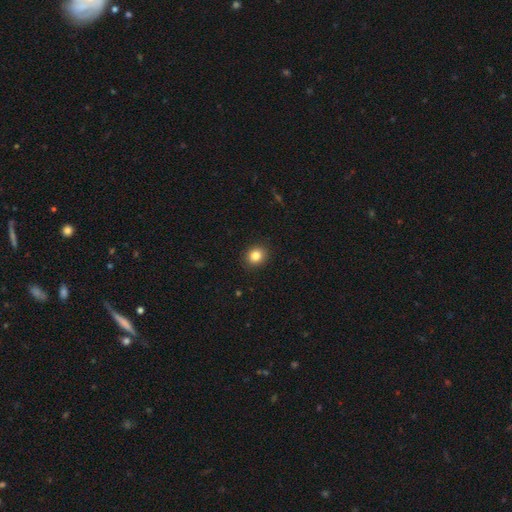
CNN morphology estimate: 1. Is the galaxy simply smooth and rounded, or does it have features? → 83% smooth, 11% star or artifact, 6% featured or disk.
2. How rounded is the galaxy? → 77% round, 22% in between, 1% cigar-shaped.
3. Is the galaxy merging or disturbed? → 92% none, 6% minor disturbance, 2% major disturbance, 1% merger.